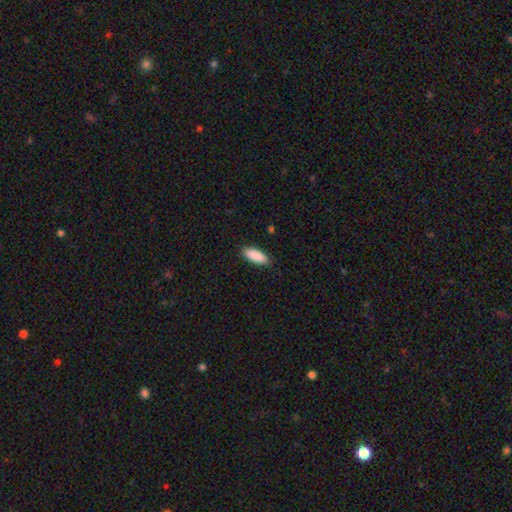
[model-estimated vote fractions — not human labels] This appears to be a smooth galaxy with no disk features (90%) that is in between round and cigar-shaped (79%). Merging: none (87%).